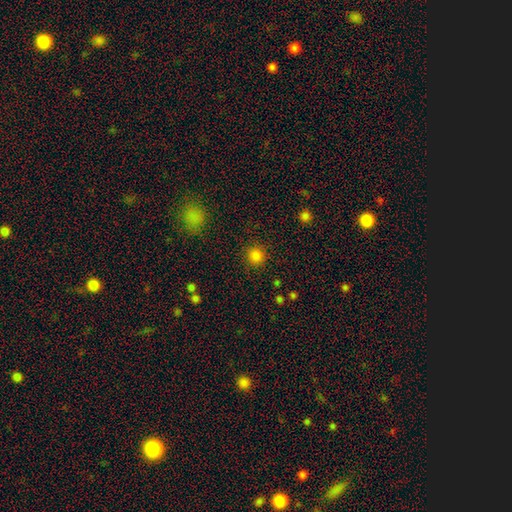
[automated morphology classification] A smooth galaxy with no disk features (84%) that is round (93%). Merging: none (90%).